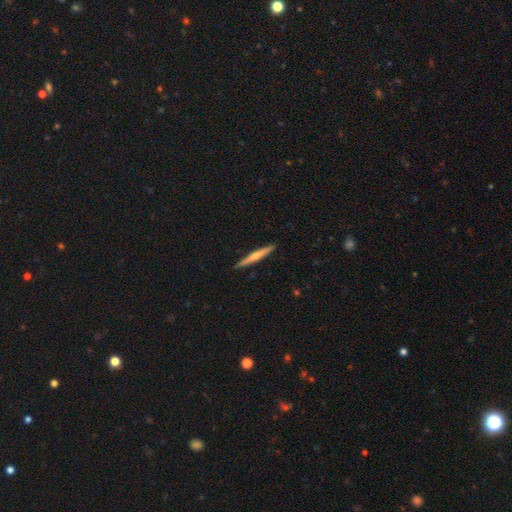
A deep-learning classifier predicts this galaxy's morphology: type=featured or disk (48%); merging=none (91%).